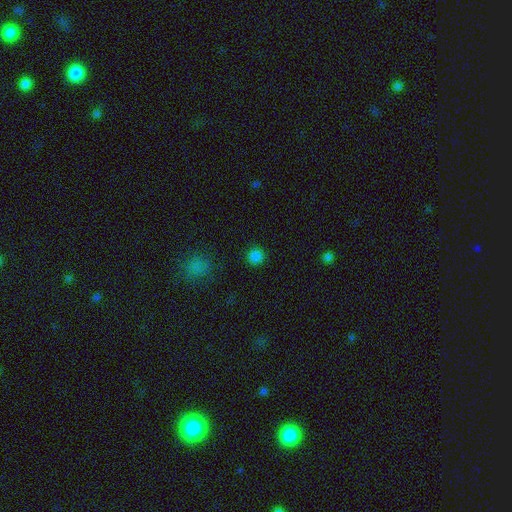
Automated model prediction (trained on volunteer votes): Q: Smooth or featured?
A: smooth (82%); runner-up: star or artifact (15%)
Q: How rounded?
A: round (95%); runner-up: in between (4%)
Q: Merging?
A: none (91%); runner-up: minor disturbance (6%)